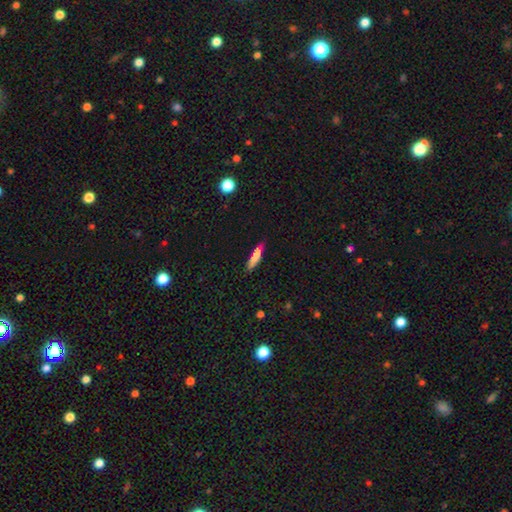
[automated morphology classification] The model was most divided on "smooth or featured": smooth: 76%, featured or disk: 17%, star or artifact: 8%. More confident: merging — none (80%); how rounded — cigar-shaped (80%).